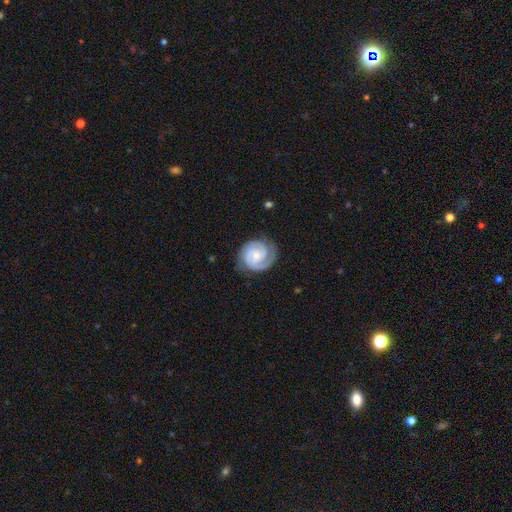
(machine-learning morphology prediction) type=featured or disk (87%); edge-on=no (98%); bar=no (62%); spiral arms=yes (98%); winding=tight (66%); arm count=2 (74%); bulge=small (63%); merging=none (80%).